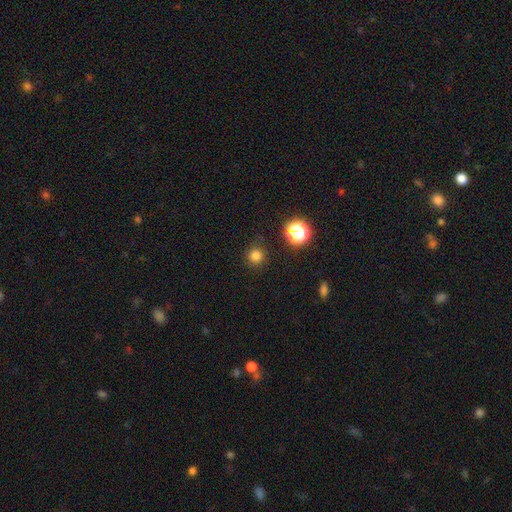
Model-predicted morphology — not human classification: smooth-or-featured: smooth: 79% | star or artifact: 17% | featured or disk: 4%
  how-rounded: round: 94% | in between: 5% | cigar-shaped: 1%
  merging: none: 88% | minor disturbance: 8% | major disturbance: 3% | merger: 2%